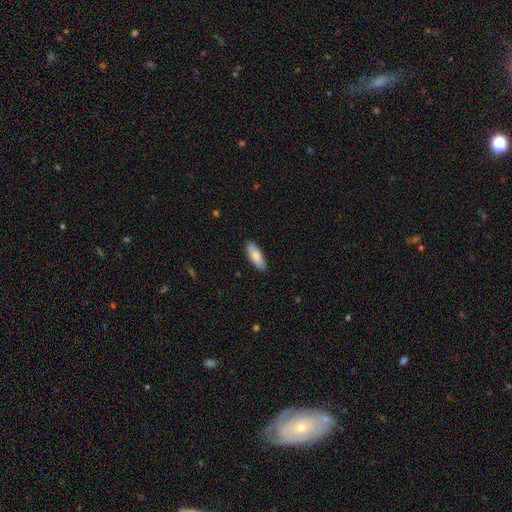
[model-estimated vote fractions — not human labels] Overall: smooth (81%). How rounded: in between (64%; cigar-shaped 34%). Merging: none (88%).